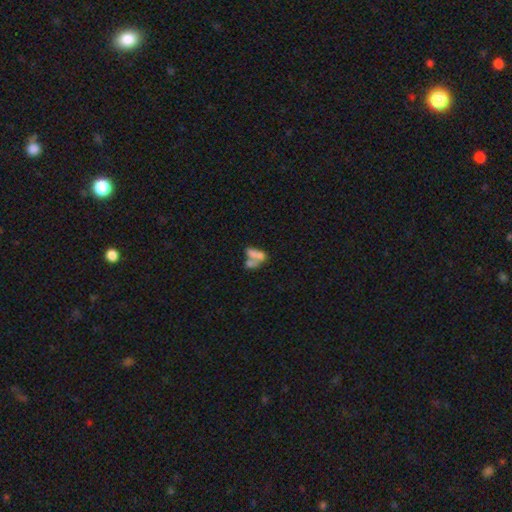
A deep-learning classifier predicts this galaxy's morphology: A smooth galaxy with no disk features (59%) that is in between round and cigar-shaped (80%).

Vote fractions:
- Smooth or featured? smooth: 59% / featured or disk: 29% / star or artifact: 12%
- How rounded? in between: 80% / round: 11% / cigar-shaped: 9%
- Merging? merger: 65% / none: 18% / major disturbance: 9% / minor disturbance: 8%